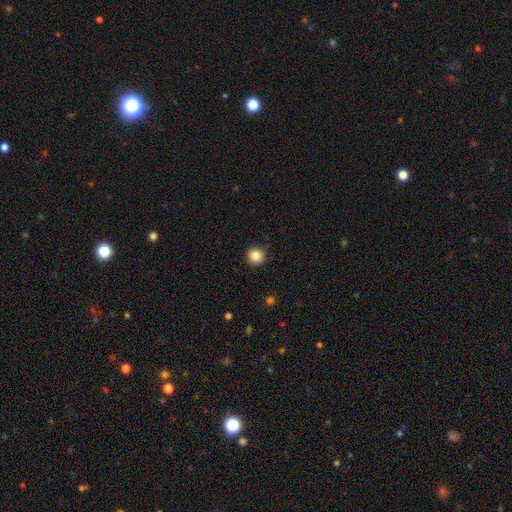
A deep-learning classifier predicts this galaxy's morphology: This is clearly a smooth galaxy (84%). How rounded: clearly round (96%). Merging: clearly none (93%).